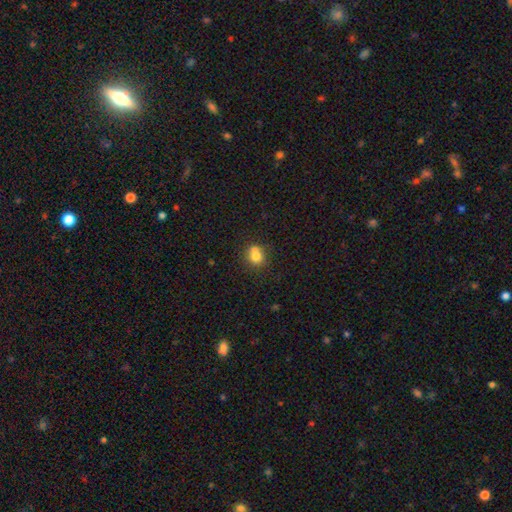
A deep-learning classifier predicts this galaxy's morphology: The model was most divided on "merging": none: 56%, merger: 28%, minor disturbance: 12%, major disturbance: 4%. More confident: how rounded — round (81%); smooth or featured — smooth (76%).